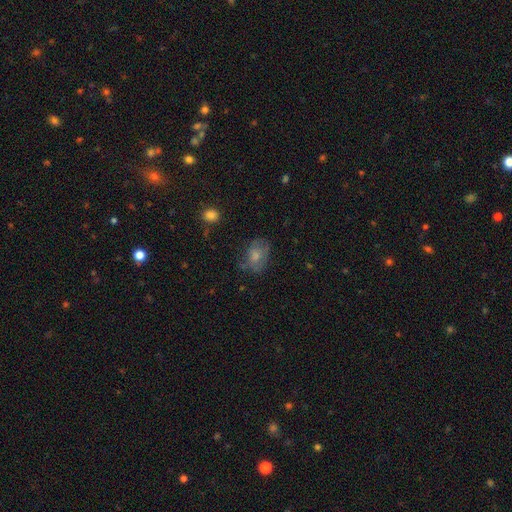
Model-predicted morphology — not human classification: Smooth or featured?
  - smooth: 67% *
  - featured or disk: 23%
  - star or artifact: 10%
How rounded?
  - in between: 76% *
  - round: 23%
  - cigar-shaped: 1%
Merging?
  - none: 56% *
  - minor disturbance: 27%
  - major disturbance: 14%
  - merger: 3%